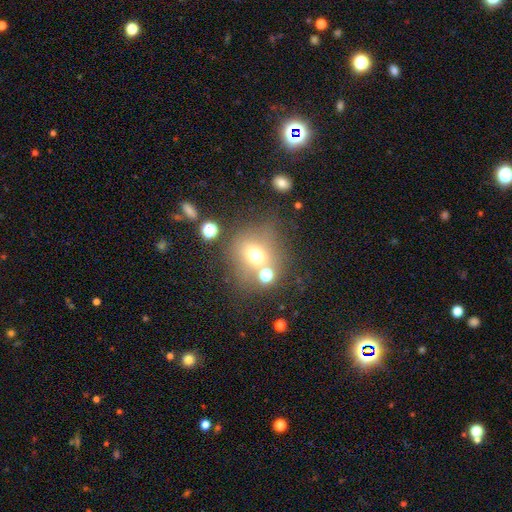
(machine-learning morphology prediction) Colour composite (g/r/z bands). It shows a smooth galaxy with no disk features (61%) that is round (75%). Merging: none (61%).